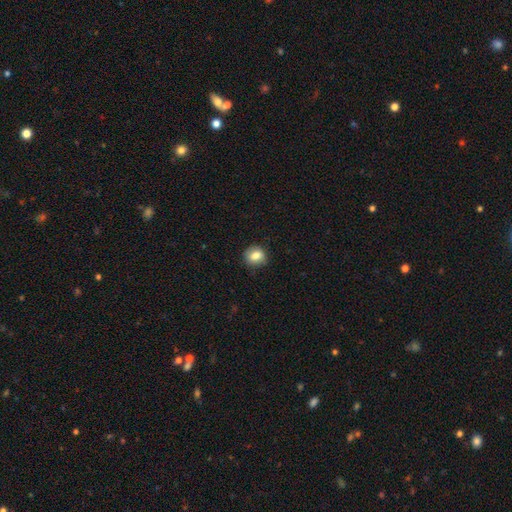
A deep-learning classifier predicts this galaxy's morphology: A smooth galaxy with no disk features (82%) that is round (74%). Merging: none (83%).